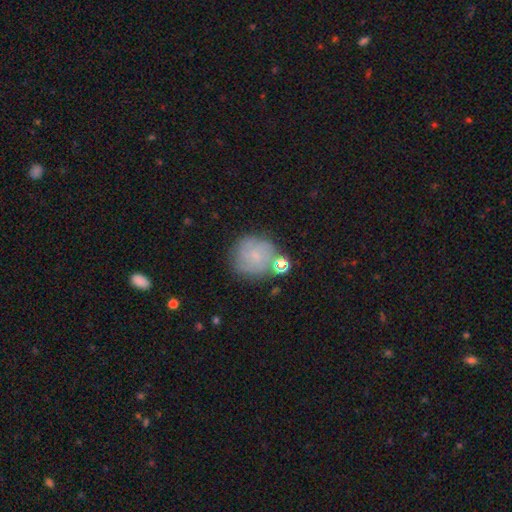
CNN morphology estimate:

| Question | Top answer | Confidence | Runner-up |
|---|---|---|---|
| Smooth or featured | smooth | 50% | featured or disk (39%) |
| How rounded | round | 88% | in between (11%) |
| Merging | none | 66% | minor disturbance (17%) |